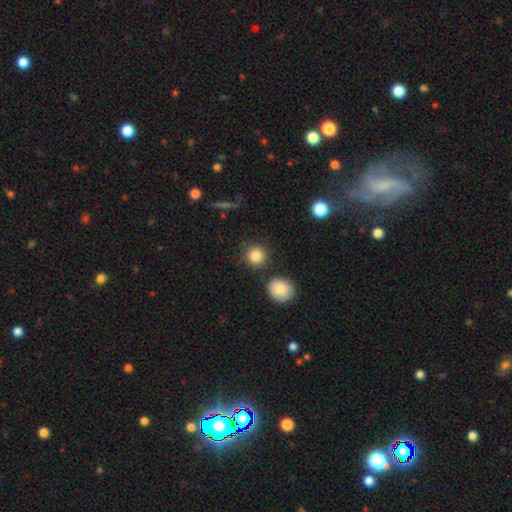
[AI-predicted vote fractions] smooth-or-featured: smooth: 86% | star or artifact: 9% | featured or disk: 5%
  how-rounded: round: 91% | in between: 8% | cigar-shaped: 1%
  merging: none: 83% | minor disturbance: 8% | merger: 6% | major disturbance: 3%